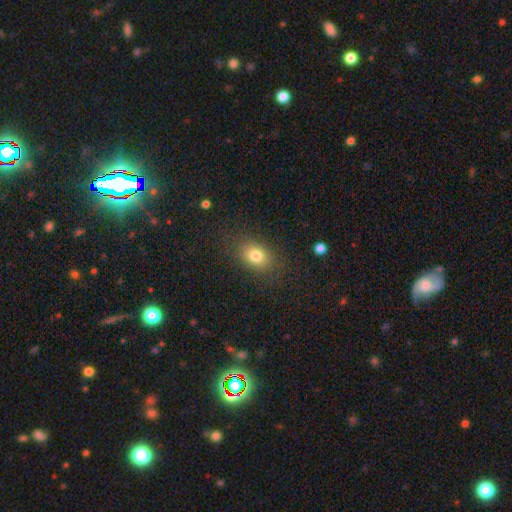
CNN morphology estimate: smooth 78%, star or artifact 11%, featured or disk 10%. Down the decision tree: how rounded — in between (72%); merging — none (82%).